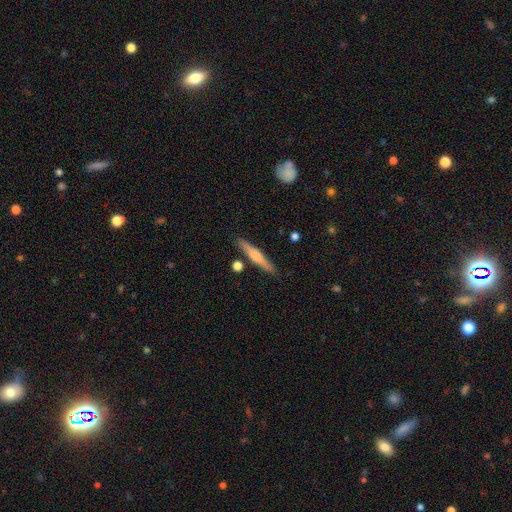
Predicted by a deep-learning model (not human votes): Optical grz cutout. It shows a smooth galaxy with no disk features (53%) that is cigar-shaped (91%). Merging: none (86%).